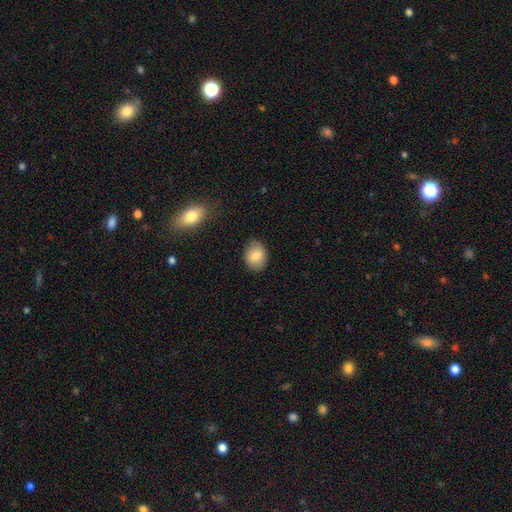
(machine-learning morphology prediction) Q: Smooth or featured?
A: smooth (80%); runner-up: featured or disk (12%)
Q: How rounded?
A: in between (52%); runner-up: round (47%)
Q: Merging?
A: none (82%); runner-up: minor disturbance (14%)